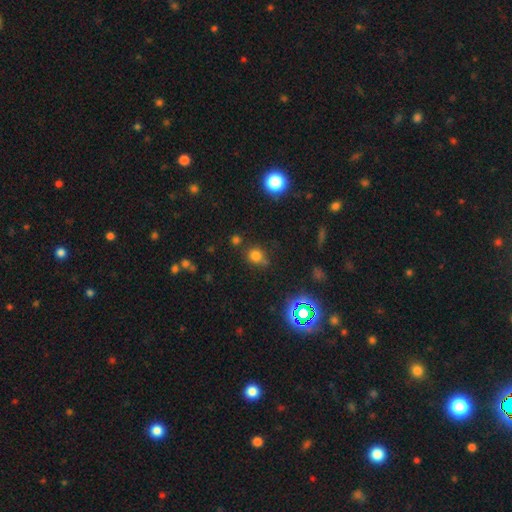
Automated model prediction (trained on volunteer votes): Smooth or featured? Predicted: smooth (p=0.71). How rounded? Predicted: round (p=0.77). Merging? Predicted: none (p=0.68).